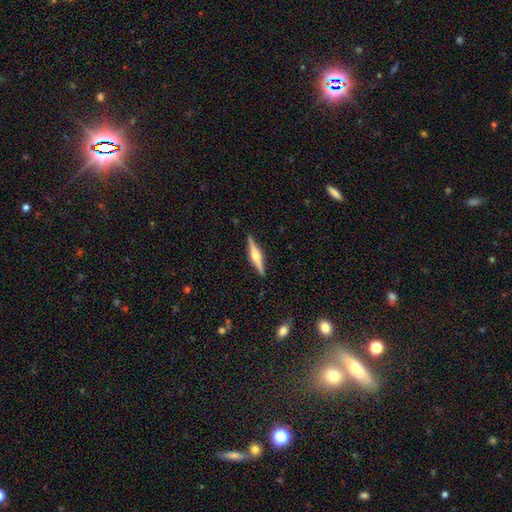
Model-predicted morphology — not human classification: A featured or disk galaxy (75%) viewed edge-on (98%) with a rounded central bulge (88%).

Vote fractions:
- Smooth or featured? featured or disk: 75% / smooth: 20% / star or artifact: 5%
- Edge-on disk? yes: 98% / no: 2%
- Edge-on bulge? rounded: 88% / boxy: 8% / none: 3%
- Merging? none: 91% / minor disturbance: 7% / major disturbance: 1% / merger: 1%